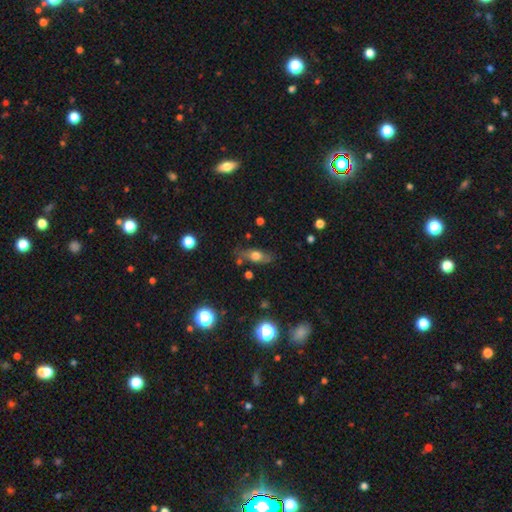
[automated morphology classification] Smooth or featured?
  - smooth: 58% *
  - featured or disk: 31%
  - star or artifact: 11%
How rounded?
  - in between: 70% *
  - cigar-shaped: 20%
  - round: 10%
Merging?
  - none: 70% *
  - minor disturbance: 20%
  - major disturbance: 6%
  - merger: 4%